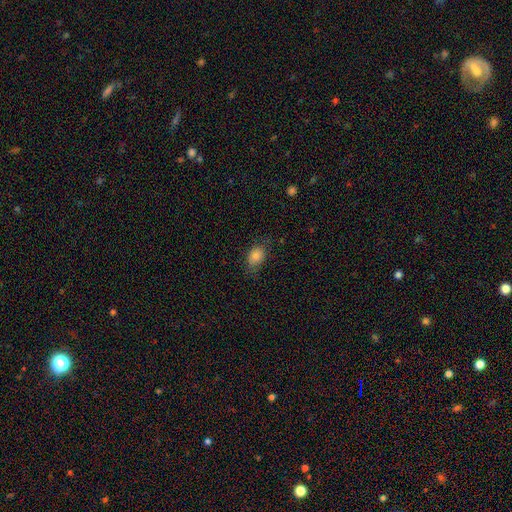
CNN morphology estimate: Smooth or featured?
  - smooth: 81% *
  - star or artifact: 10%
  - featured or disk: 9%
How rounded?
  - in between: 78% *
  - round: 20%
  - cigar-shaped: 2%
Merging?
  - none: 67% *
  - minor disturbance: 24%
  - major disturbance: 8%
  - merger: 1%